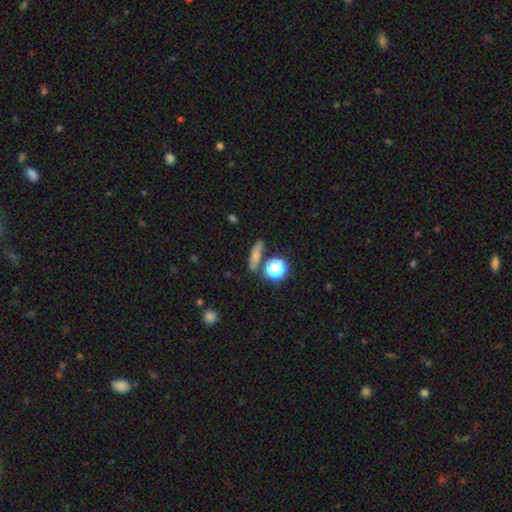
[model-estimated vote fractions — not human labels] smooth-or-featured: smooth: 65% | star or artifact: 18% | featured or disk: 18%
  how-rounded: cigar-shaped: 53% | in between: 26% | round: 22%
  merging: none: 74% | minor disturbance: 12% | merger: 10% | major disturbance: 4%